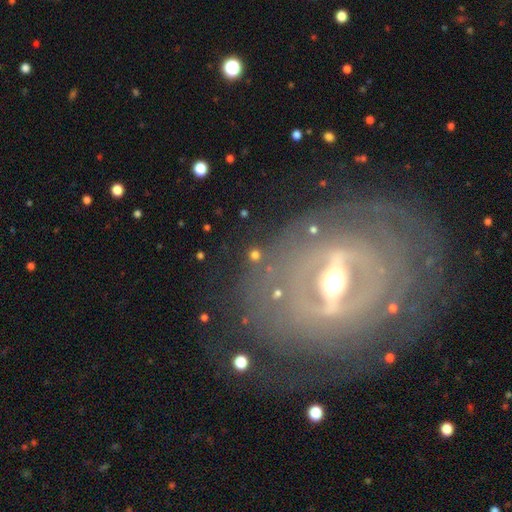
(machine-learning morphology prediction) Smooth or featured? Predicted: featured or disk (p=0.71). Edge-on disk? Predicted: no (p=0.66). Merging? Predicted: none (p=0.73).